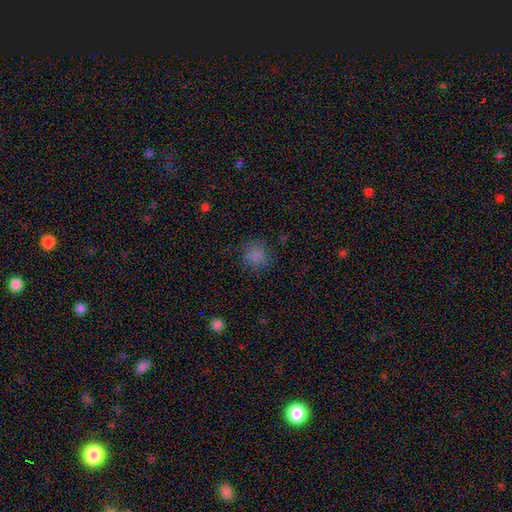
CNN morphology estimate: Smooth or featured? smooth (81%)
How rounded? round (87%)
Merging? none (82%)